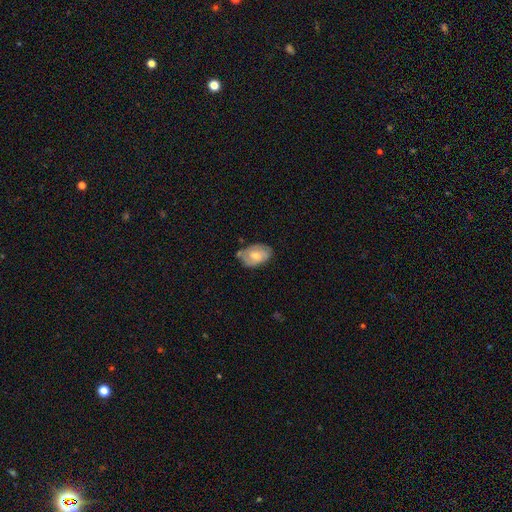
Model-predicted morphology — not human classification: This is possibly a smooth galaxy (52%). How rounded: clearly in between (88%). Merging: possibly none (59%).